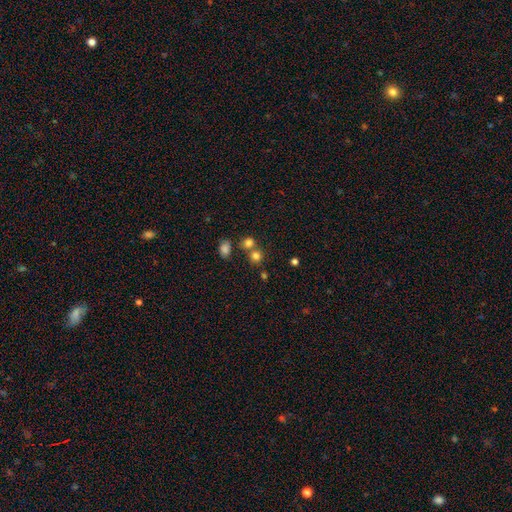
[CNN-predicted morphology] type=smooth (76%); roundness=round (84%); merging=none (59%).